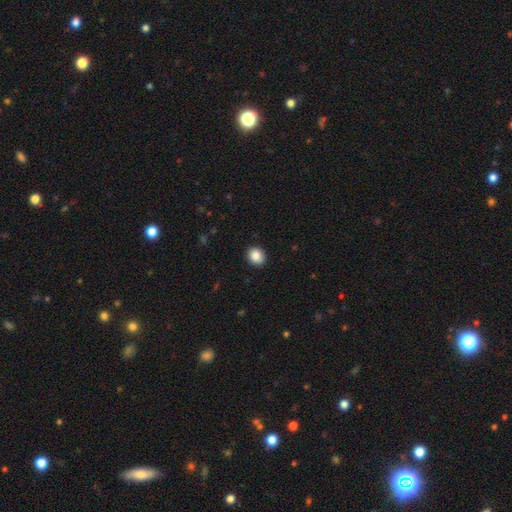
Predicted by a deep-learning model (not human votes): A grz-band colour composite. It shows a smooth galaxy with no disk features (86%) that is round (75%). Merging: none (91%).